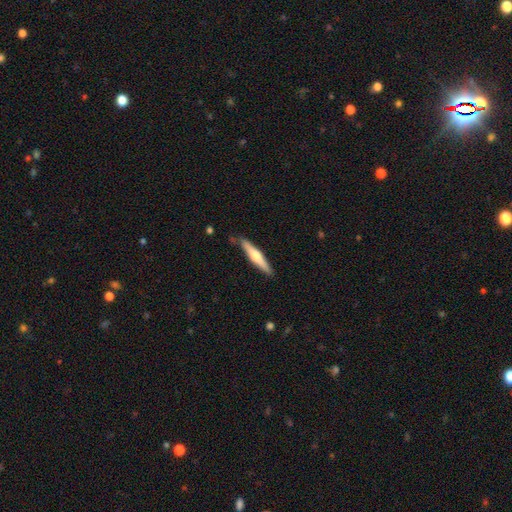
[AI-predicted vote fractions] A featured or disk galaxy (54%) viewed edge-on (96%) with a rounded central bulge (89%).

Vote fractions:
- Smooth or featured? featured or disk: 54% / smooth: 41% / star or artifact: 5%
- Edge-on disk? yes: 96% / no: 4%
- Edge-on bulge? rounded: 89% / none: 6% / boxy: 5%
- Merging? none: 85% / minor disturbance: 11% / merger: 2% / major disturbance: 2%